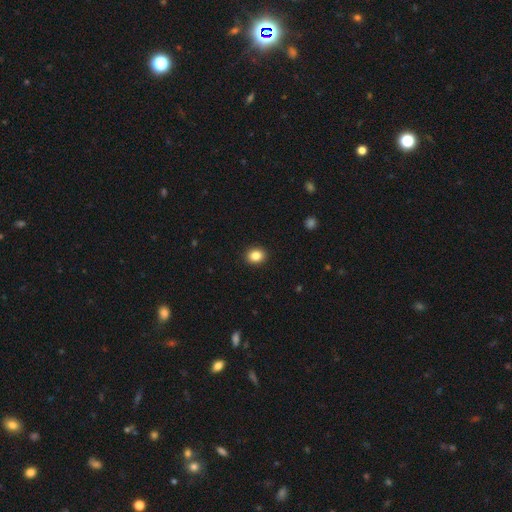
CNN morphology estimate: smooth 86%, star or artifact 10%, featured or disk 4%. Down the decision tree: how rounded — round (58%); merging — none (92%).